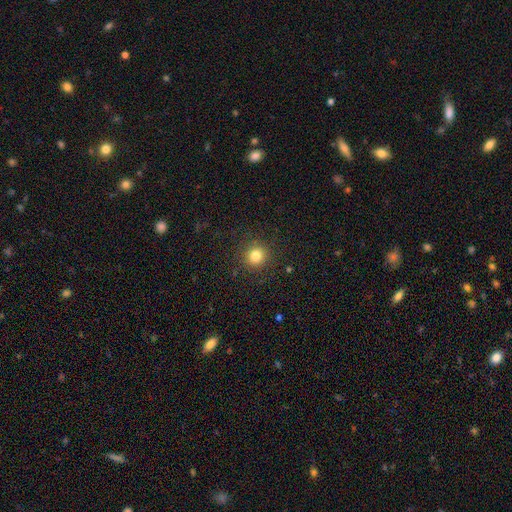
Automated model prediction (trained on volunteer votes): Morphology: type=smooth (82%); roundness=round (92%); merging=none (90%).